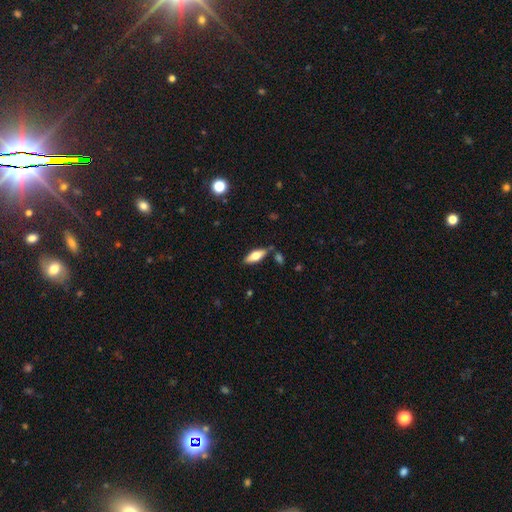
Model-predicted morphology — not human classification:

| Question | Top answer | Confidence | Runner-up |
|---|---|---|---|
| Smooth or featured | smooth | 58% | featured or disk (35%) |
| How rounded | in between | 66% | cigar-shaped (31%) |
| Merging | none | 78% | minor disturbance (13%) |